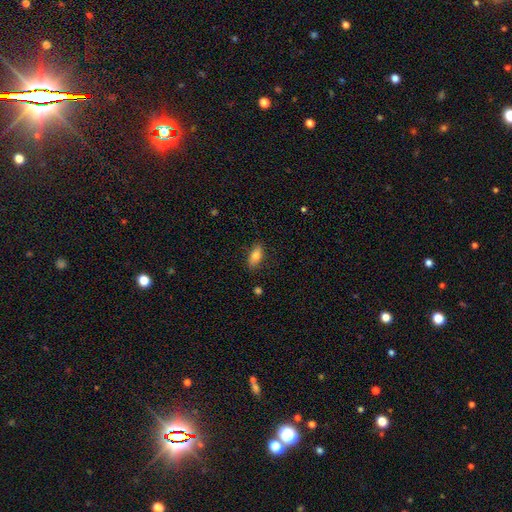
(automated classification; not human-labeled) Smooth or featured: smooth — 77% (featured or disk — 15%)
How rounded: in between — 83% (cigar-shaped — 14%)
Merging: none — 84% (minor disturbance — 12%)